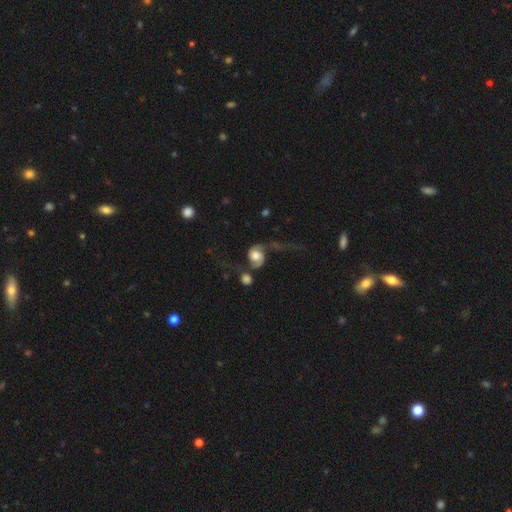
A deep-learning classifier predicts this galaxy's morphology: Smooth or featured?
  - featured or disk: 72% *
  - smooth: 22%
  - star or artifact: 7%
Edge-on disk?
  - no: 96% *
  - yes: 4%
Bar?
  - no: 71% *
  - weak: 23%
  - strong: 6%
Spiral arms?
  - yes: 90% *
  - no: 10%
Spiral winding?
  - loose: 73% *
  - medium: 21%
  - tight: 6%
Spiral arm count?
  - 2: 89% *
  - 1: 6%
  - can't tell: 3%
  - 3: 1%
  - 4: 1%
  - more than 4: 1%
Bulge size?
  - moderate: 48% *
  - large: 34%
  - small: 8%
  - dominant: 6%
  - none: 3%
Merging?
  - none: 32% *
  - major disturbance: 30%
  - merger: 24%
  - minor disturbance: 14%